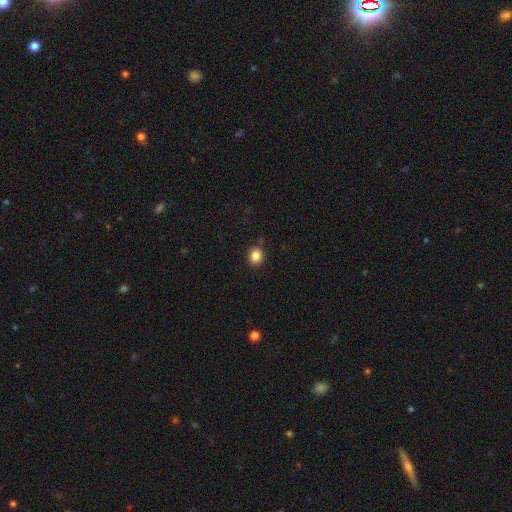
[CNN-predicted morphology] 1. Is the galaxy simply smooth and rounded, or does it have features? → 85% smooth, 11% star or artifact, 5% featured or disk.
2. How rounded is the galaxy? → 78% round, 21% in between, 1% cigar-shaped.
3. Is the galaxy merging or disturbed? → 80% none, 13% minor disturbance, 3% merger, 3% major disturbance.